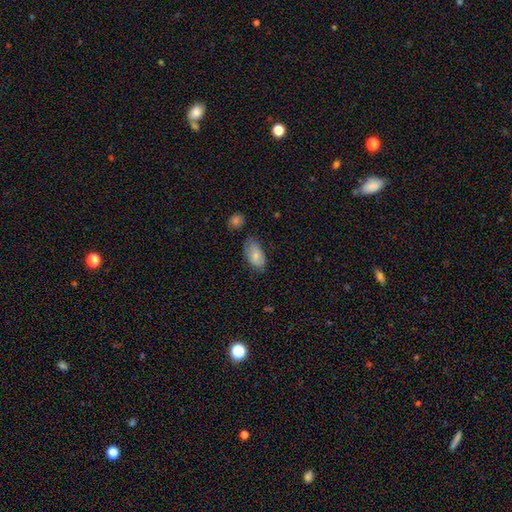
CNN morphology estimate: Q: Smooth or featured?
A: smooth (76%); runner-up: featured or disk (17%)
Q: How rounded?
A: in between (94%); runner-up: round (4%)
Q: Merging?
A: none (61%); runner-up: minor disturbance (29%)